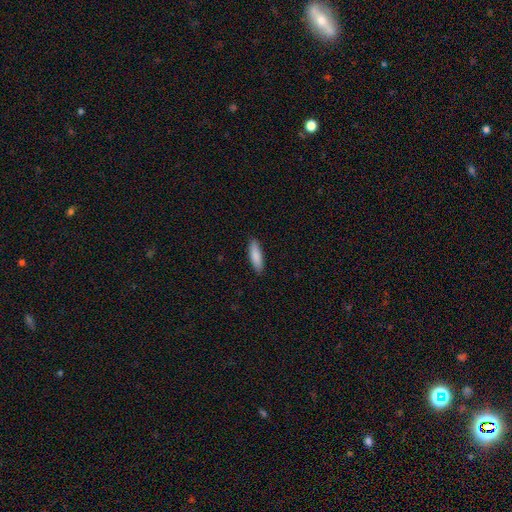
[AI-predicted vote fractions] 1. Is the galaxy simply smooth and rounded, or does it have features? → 86% smooth, 8% featured or disk, 5% star or artifact.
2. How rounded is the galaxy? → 58% cigar-shaped, 41% in between, 1% round.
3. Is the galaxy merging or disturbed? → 89% none, 9% minor disturbance, 2% major disturbance, 1% merger.